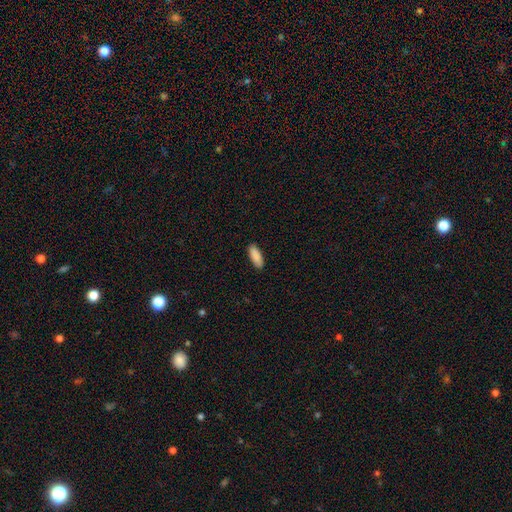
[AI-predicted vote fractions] Morphology: type=smooth (90%); roundness=in between (73%); merging=none (90%).